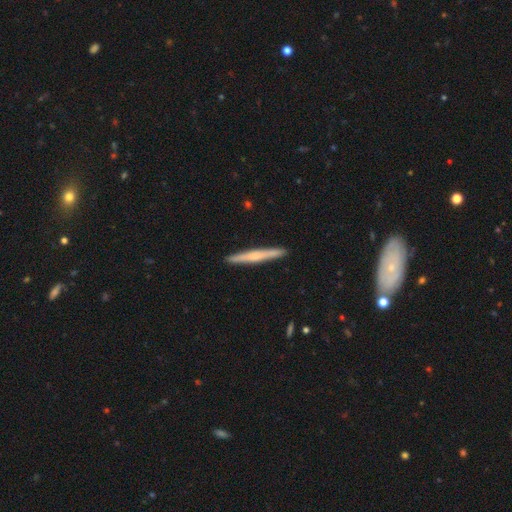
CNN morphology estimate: smooth-or-featured: featured or disk: 48% | smooth: 47% | star or artifact: 5%
  merging: none: 93% | minor disturbance: 5% | major disturbance: 1% | merger: 1%